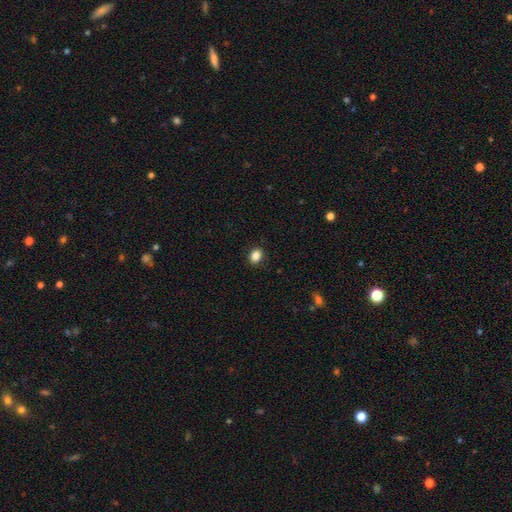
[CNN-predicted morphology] Smooth or featured?
  - smooth: 86% *
  - star or artifact: 10%
  - featured or disk: 4%
How rounded?
  - in between: 54% *
  - round: 45%
  - cigar-shaped: 1%
Merging?
  - none: 90% *
  - minor disturbance: 7%
  - major disturbance: 2%
  - merger: 1%